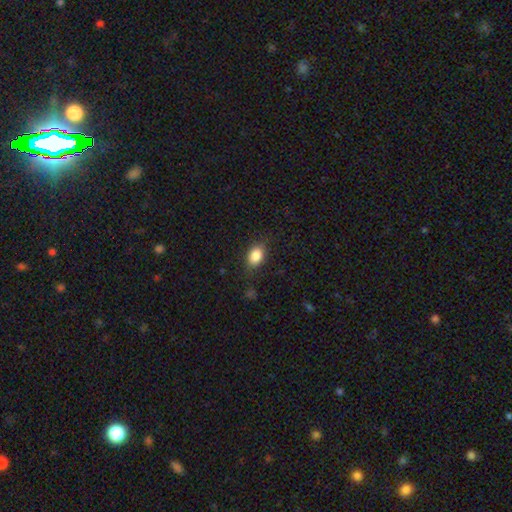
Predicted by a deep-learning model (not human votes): Smooth or featured? smooth (85%)
How rounded? in between (78%)
Merging? none (82%)